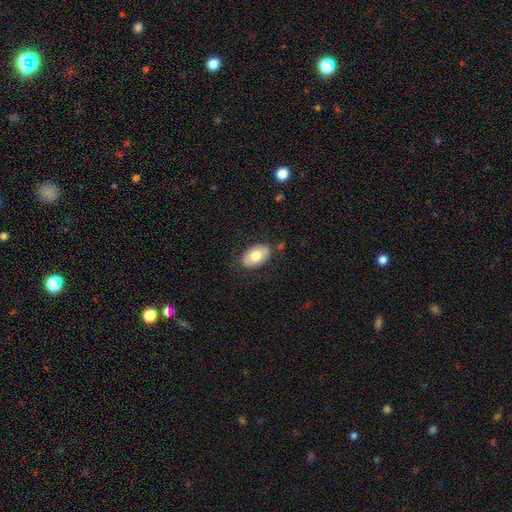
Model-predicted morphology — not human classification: smooth-or-featured: smooth: 77% | featured or disk: 17% | star or artifact: 6%
  how-rounded: in between: 93% | round: 6% | cigar-shaped: 1%
  merging: none: 82% | minor disturbance: 13% | major disturbance: 3% | merger: 2%